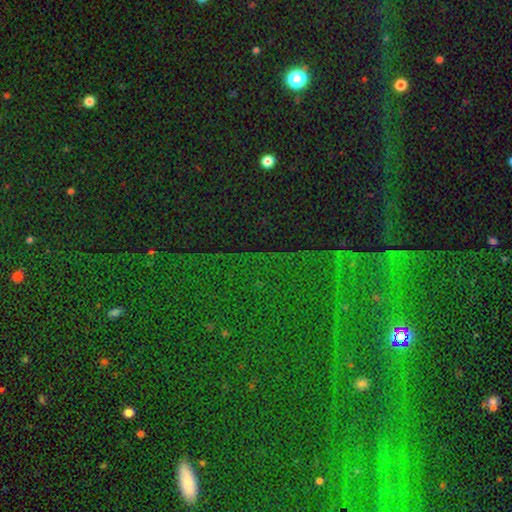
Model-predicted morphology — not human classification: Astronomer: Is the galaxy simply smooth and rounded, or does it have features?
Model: star or artifact — 83%.